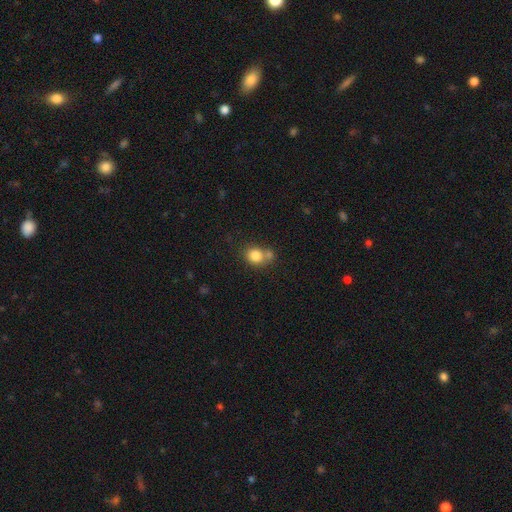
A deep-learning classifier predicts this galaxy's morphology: smooth-or-featured: smooth: 81% | star or artifact: 10% | featured or disk: 9%
  how-rounded: round: 69% | in between: 31% | cigar-shaped: 1%
  merging: none: 48% | merger: 34% | minor disturbance: 13% | major disturbance: 5%